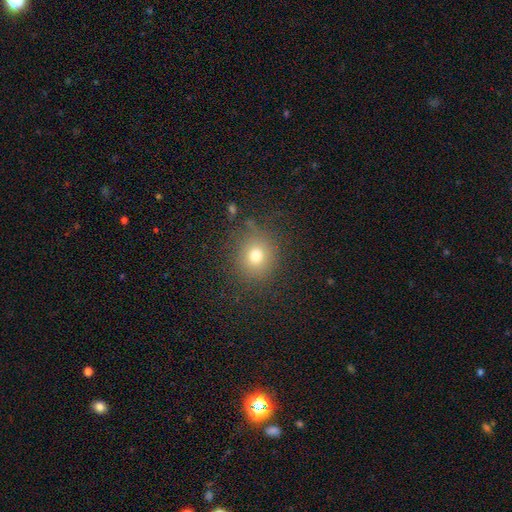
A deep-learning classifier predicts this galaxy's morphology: smooth_or_featured: smooth (p=0.73) [alt: star or artifact p=0.17]
how_rounded: round (p=0.83) [alt: in between p=0.16]
merging: none (p=0.84) [alt: minor disturbance p=0.10]